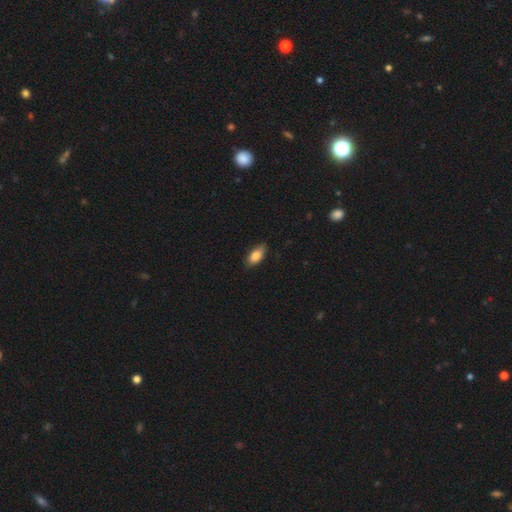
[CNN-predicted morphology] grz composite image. It shows a smooth galaxy with no disk features (84%) that is in between round and cigar-shaped (89%). Merging: none (84%).